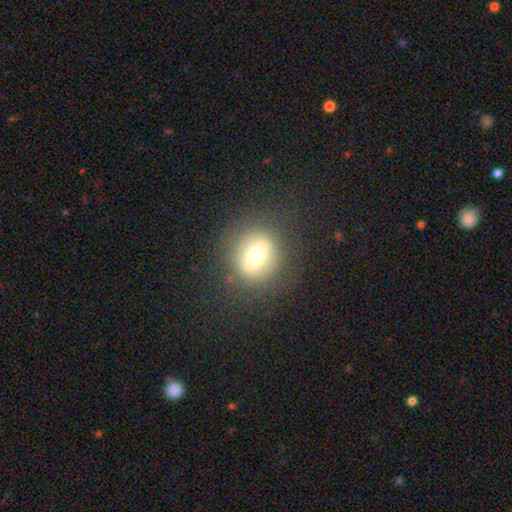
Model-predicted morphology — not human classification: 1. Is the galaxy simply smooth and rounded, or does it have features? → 47% smooth, 42% featured or disk, 11% star or artifact.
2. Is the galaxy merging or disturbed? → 84% none, 9% minor disturbance, 5% major disturbance, 1% merger.